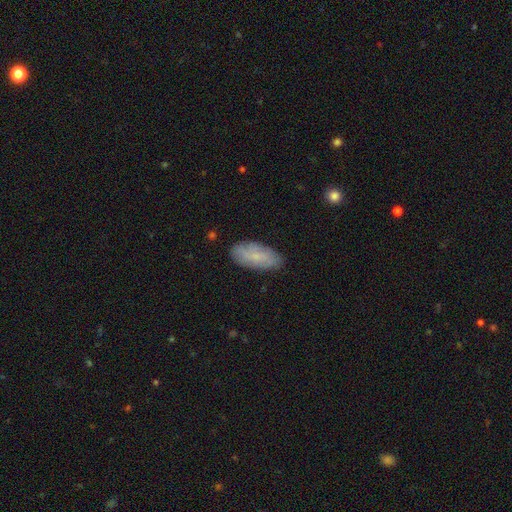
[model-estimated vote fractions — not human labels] The model was most divided on "smooth or featured": smooth: 67%, featured or disk: 26%, star or artifact: 7%. More confident: how rounded — in between (87%); merging — none (81%).